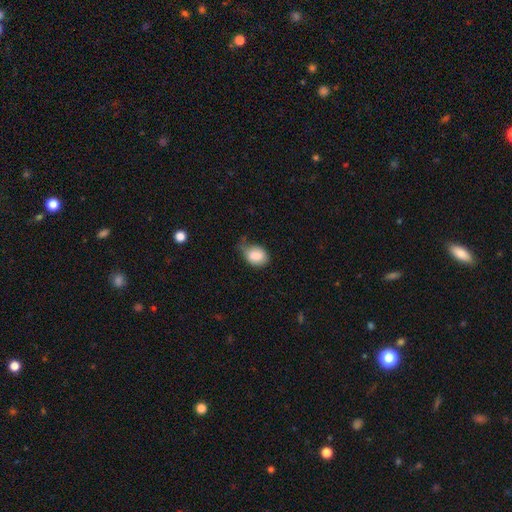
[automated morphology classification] smooth-or-featured: smooth: 83% | featured or disk: 9% | star or artifact: 8%
  how-rounded: in between: 63% | round: 36% | cigar-shaped: 1%
  merging: minor disturbance: 44% | none: 34% | major disturbance: 18% | merger: 3%